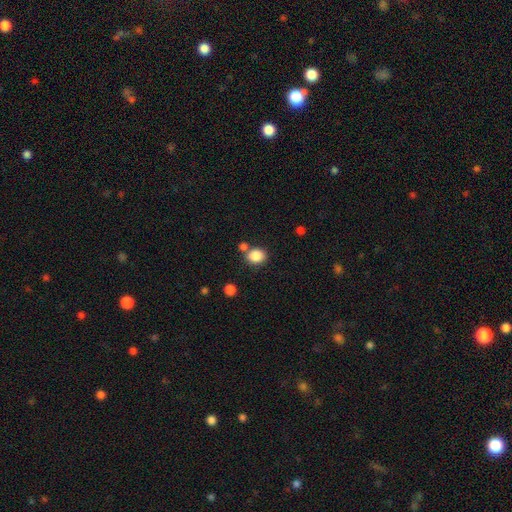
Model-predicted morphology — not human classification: A smooth galaxy with no disk features (86%) that is round (57%). Merging: none (66%).